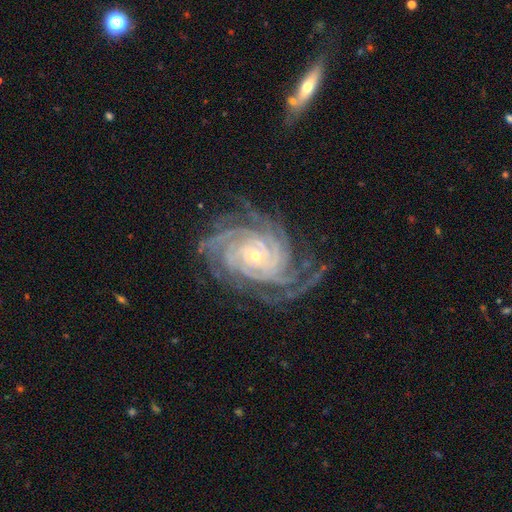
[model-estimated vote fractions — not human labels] Morphology: type=featured or disk (92%); edge-on=no (97%); bar=no (67%); spiral arms=yes (99%); winding=tight (81%); arm count=4 (30%); bulge=small (77%); merging=none (75%).